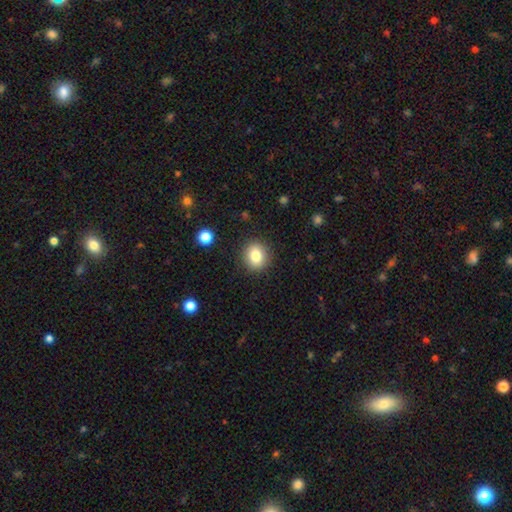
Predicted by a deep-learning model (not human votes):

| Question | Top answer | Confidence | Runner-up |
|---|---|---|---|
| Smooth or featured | smooth | 81% | star or artifact (10%) |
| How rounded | round | 80% | in between (20%) |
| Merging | none | 89% | minor disturbance (7%) |